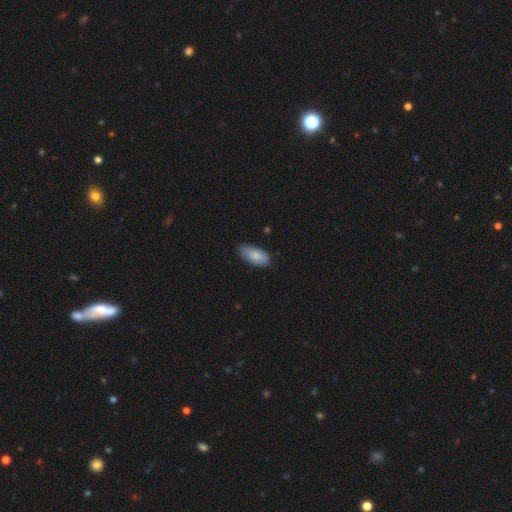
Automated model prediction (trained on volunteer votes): A smooth galaxy with no disk features (85%) that is in between round and cigar-shaped (91%). Merging: none (81%).